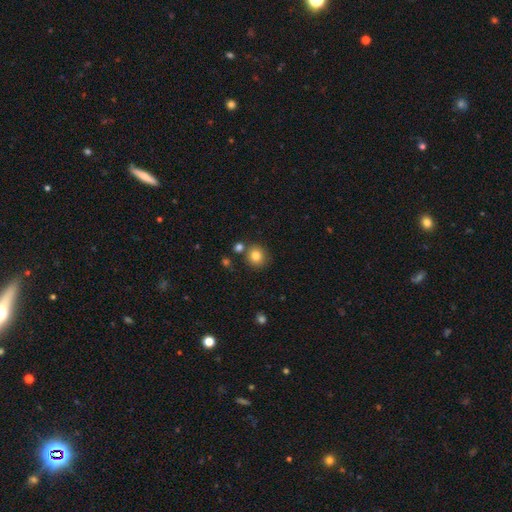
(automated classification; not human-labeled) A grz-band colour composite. It shows a smooth galaxy with no disk features (82%) that is round (87%). Merging: none (79%).